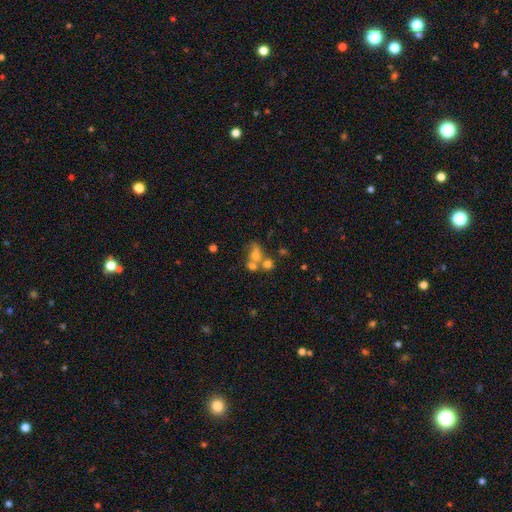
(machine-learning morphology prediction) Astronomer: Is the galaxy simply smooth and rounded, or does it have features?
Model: smooth — 58%.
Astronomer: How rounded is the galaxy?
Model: in between — 52% (runner-up: round, 46%).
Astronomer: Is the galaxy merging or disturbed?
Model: merger — 52% (runner-up: none, 27%).